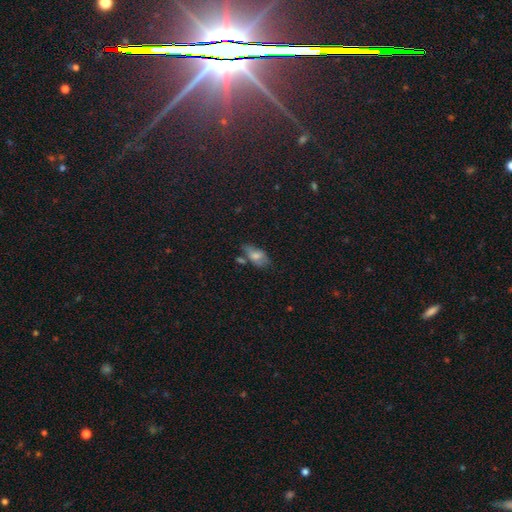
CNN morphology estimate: smooth_or_featured: smooth (p=0.65) [alt: featured or disk p=0.22]
how_rounded: in between (p=0.89) [alt: round p=0.06]
merging: none (p=0.45) [alt: minor disturbance p=0.29]